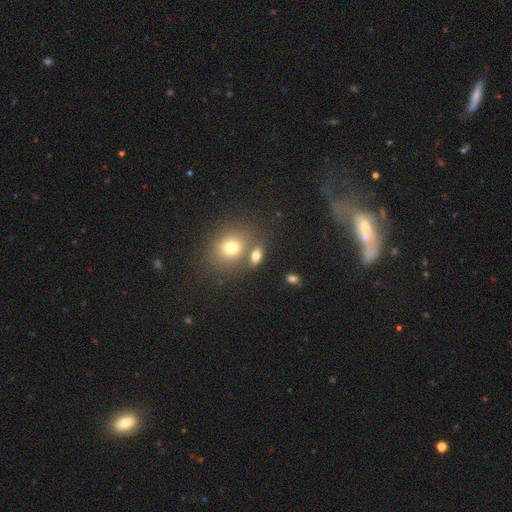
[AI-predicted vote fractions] smooth_or_featured: smooth (p=0.73) [alt: featured or disk p=0.14]
how_rounded: in between (p=0.70) [alt: round p=0.25]
merging: none (p=0.58) [alt: merger p=0.26]